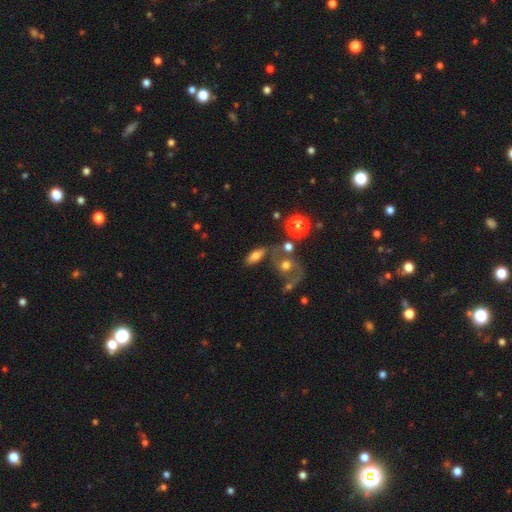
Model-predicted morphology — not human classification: type=smooth (68%); roundness=in between (79%); merging=none (58%).